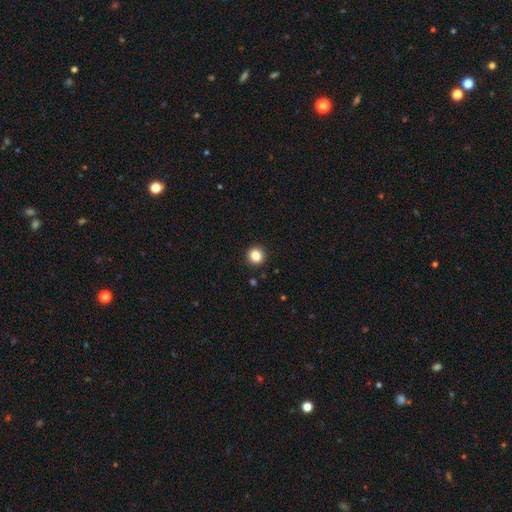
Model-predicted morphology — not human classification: This is clearly a smooth galaxy (84%). How rounded: clearly round (90%). Merging: clearly none (93%).